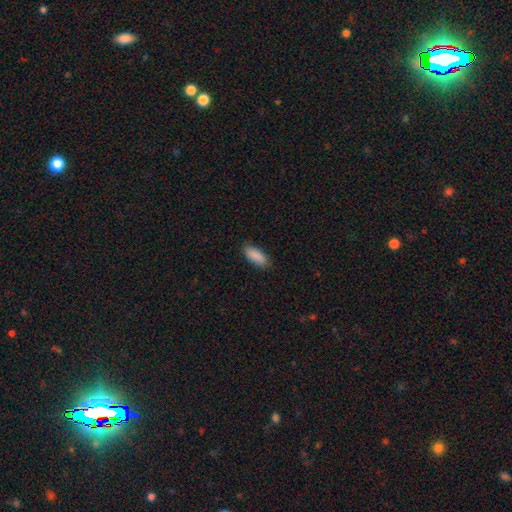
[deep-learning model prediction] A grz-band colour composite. It shows a smooth galaxy with no disk features (90%) that is in between round and cigar-shaped (79%). Merging: none (87%).